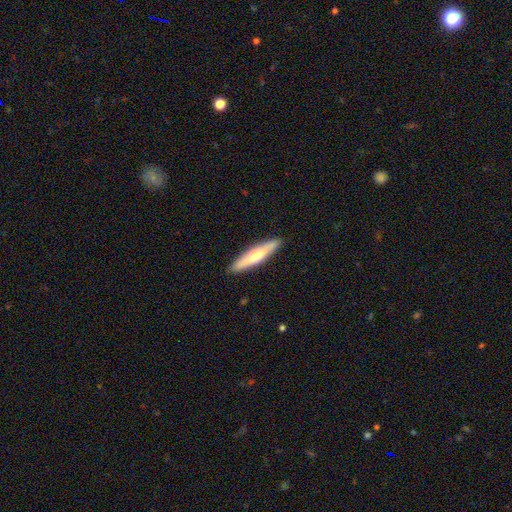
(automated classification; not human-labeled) Q: Smooth or featured?
A: smooth (57%); runner-up: featured or disk (38%)
Q: How rounded?
A: cigar-shaped (87%); runner-up: in between (12%)
Q: Merging?
A: none (89%); runner-up: minor disturbance (8%)